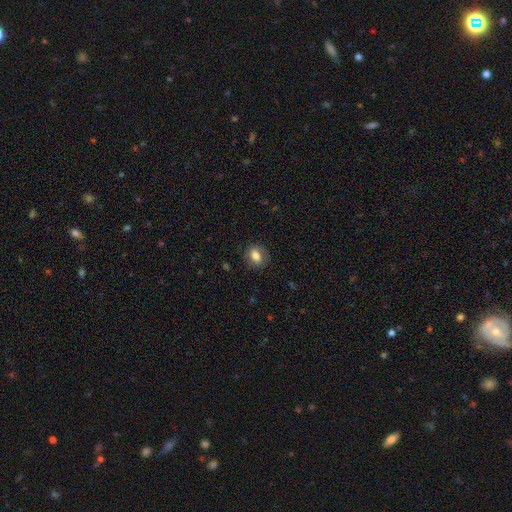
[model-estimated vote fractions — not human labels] smooth_or_featured: smooth (p=0.79) [alt: featured or disk p=0.13]
how_rounded: in between (p=0.63) [alt: round p=0.36]
merging: none (p=0.80) [alt: minor disturbance p=0.15]